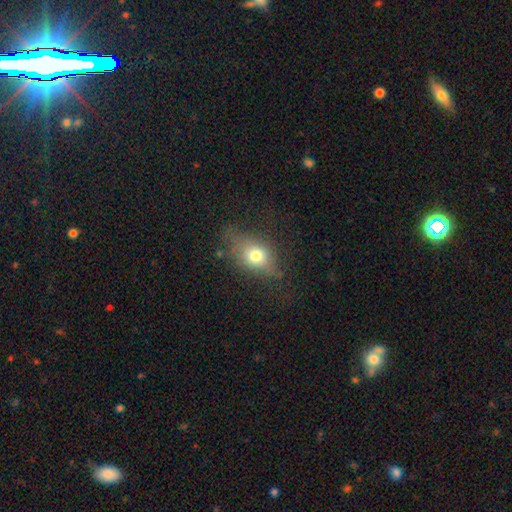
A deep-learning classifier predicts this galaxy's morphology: Smooth or featured? Predicted: smooth (p=0.69). How rounded? Predicted: in between (p=0.69). Merging? Predicted: none (p=0.58).